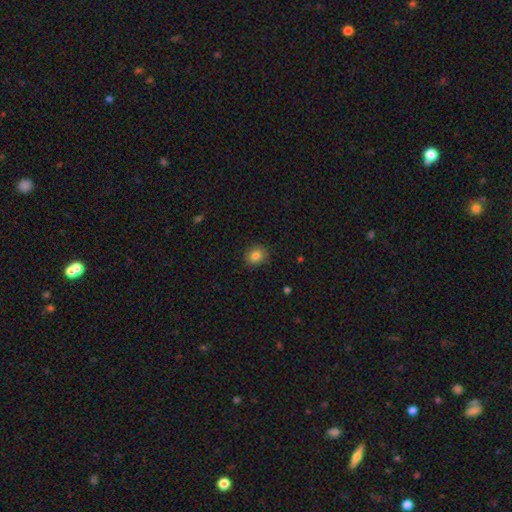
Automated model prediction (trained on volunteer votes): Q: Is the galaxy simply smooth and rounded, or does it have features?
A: smooth — 83%.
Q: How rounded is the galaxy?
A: round — 68%.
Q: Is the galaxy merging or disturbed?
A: none — 85%.